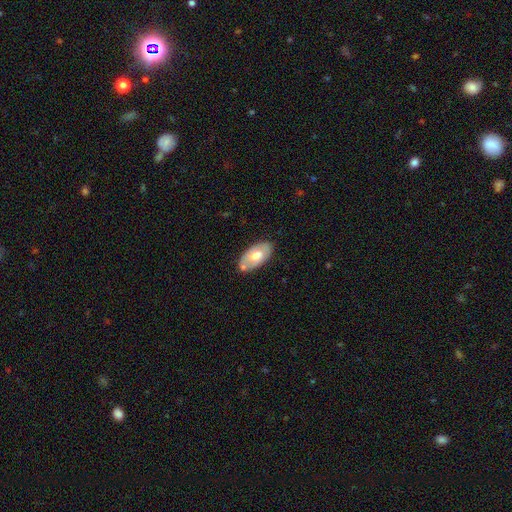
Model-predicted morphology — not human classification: smooth_or_featured: smooth (p=0.55) [alt: featured or disk p=0.40]
how_rounded: in between (p=0.94) [alt: round p=0.03]
merging: none (p=0.71) [alt: minor disturbance p=0.18]